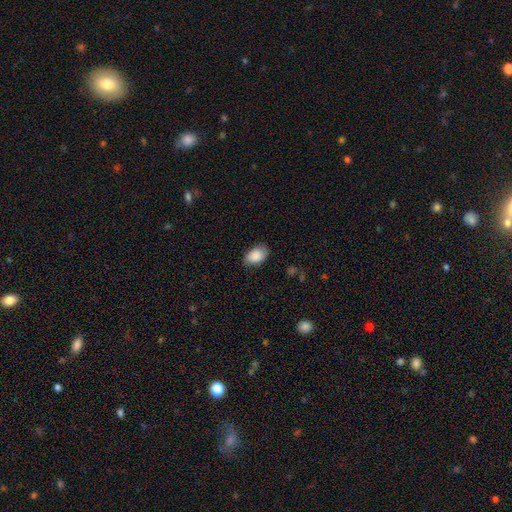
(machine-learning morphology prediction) Smooth or featured: smooth — 87% (star or artifact — 7%)
How rounded: in between — 87% (round — 12%)
Merging: none — 76% (minor disturbance — 19%)